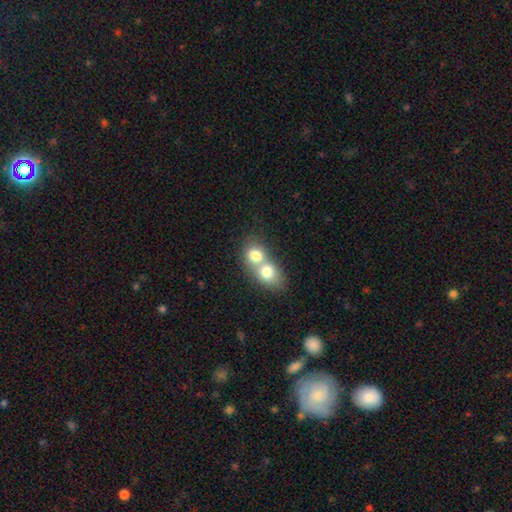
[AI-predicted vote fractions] Smooth or featured?
  - smooth: 73% *
  - featured or disk: 19%
  - star or artifact: 9%
How rounded?
  - round: 51% *
  - in between: 48%
  - cigar-shaped: 2%
Merging?
  - merger: 76% *
  - none: 17%
  - minor disturbance: 4%
  - major disturbance: 2%